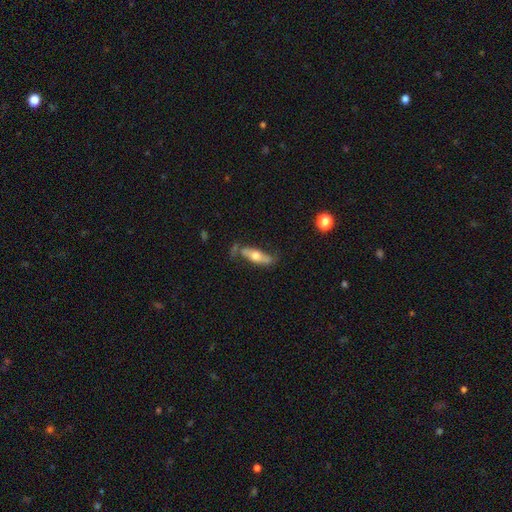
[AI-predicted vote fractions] Q: Smooth or featured?
A: featured or disk (48%); runner-up: smooth (46%)
Q: Merging?
A: none (59%); runner-up: minor disturbance (25%)